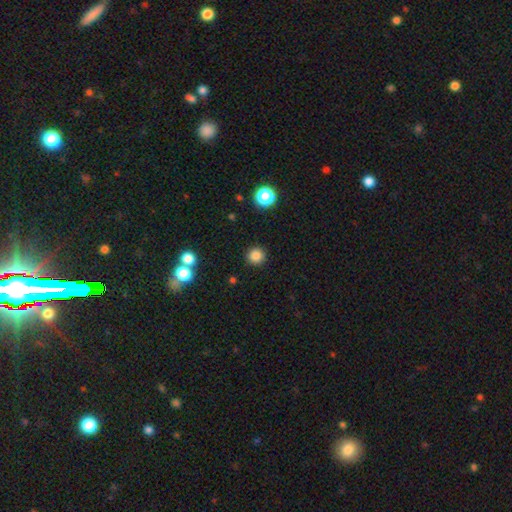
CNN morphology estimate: This is clearly a smooth galaxy (84%). How rounded: clearly round (95%). Merging: clearly none (91%).